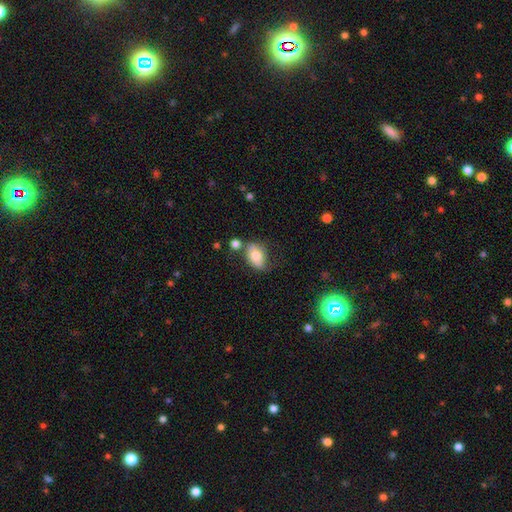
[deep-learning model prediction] smooth-or-featured: smooth: 69% | featured or disk: 22% | star or artifact: 8%
  how-rounded: in between: 85% | round: 13% | cigar-shaped: 2%
  merging: none: 50% | minor disturbance: 26% | merger: 14% | major disturbance: 10%